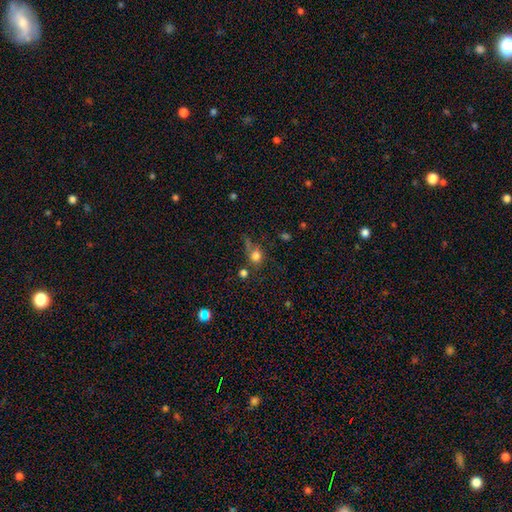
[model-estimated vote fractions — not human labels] Smooth or featured? Predicted: smooth (p=0.75). How rounded? Predicted: round (p=0.80). Merging? Predicted: none (p=0.55).